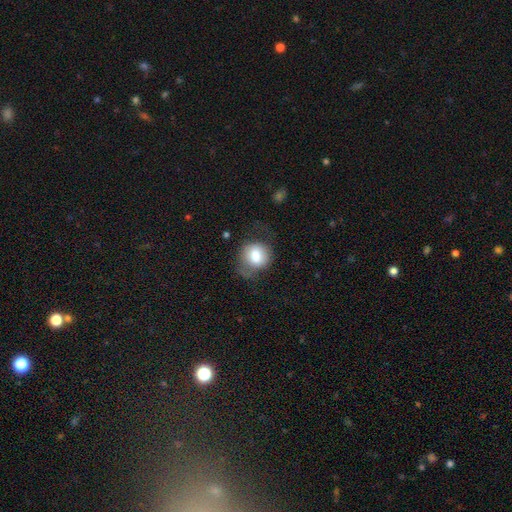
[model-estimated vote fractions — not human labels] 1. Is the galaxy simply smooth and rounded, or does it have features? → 75% smooth, 17% featured or disk, 8% star or artifact.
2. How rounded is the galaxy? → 71% round, 28% in between, 1% cigar-shaped.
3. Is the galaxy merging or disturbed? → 50% none, 28% minor disturbance, 20% major disturbance, 2% merger.